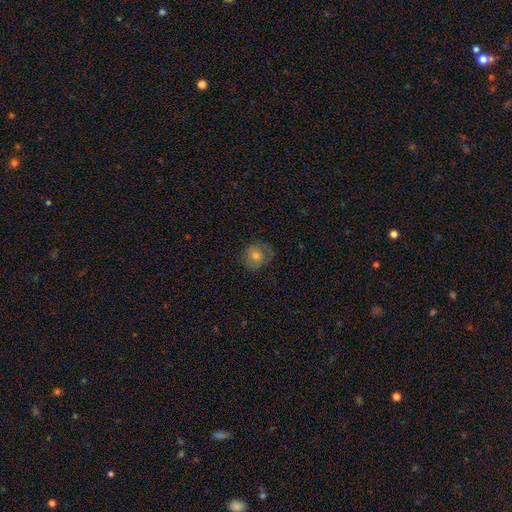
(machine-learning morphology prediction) smooth-or-featured: smooth: 50% | featured or disk: 38% | star or artifact: 11%
  how-rounded: round: 79% | in between: 20% | cigar-shaped: 1%
  merging: none: 69% | minor disturbance: 20% | major disturbance: 9% | merger: 1%